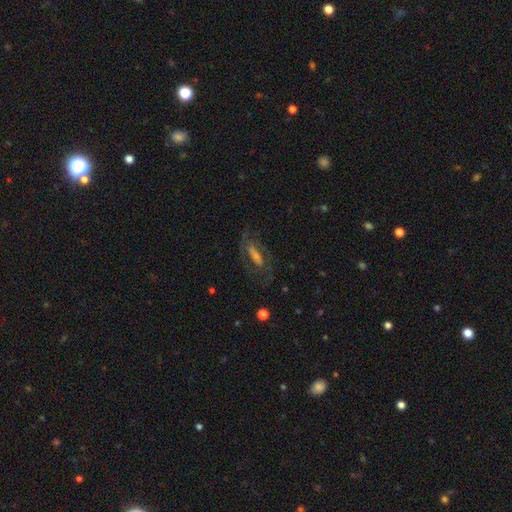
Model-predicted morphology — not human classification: A featured or disk galaxy (69%) with a strong bar (39%), 2 (72%) medium (50%) spiral arms (86%) and a small central bulge (38%). Merging: none (70%).